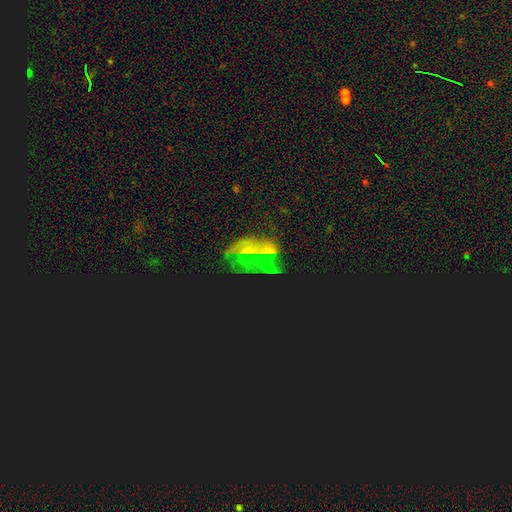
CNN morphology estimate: star or artifact 52%, featured or disk 31%, smooth 17%.